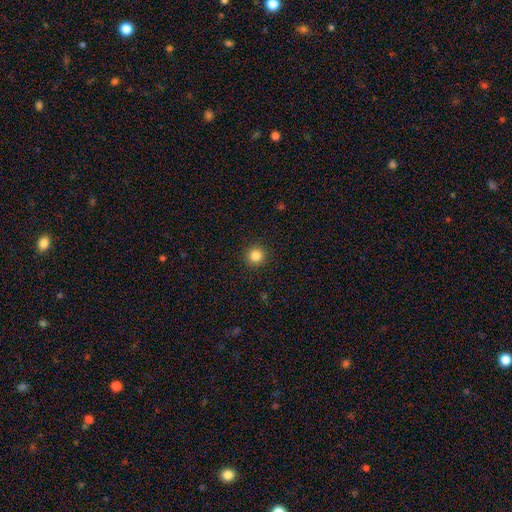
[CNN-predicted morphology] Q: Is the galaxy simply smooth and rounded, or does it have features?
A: smooth — 84%.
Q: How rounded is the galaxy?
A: round — 95%.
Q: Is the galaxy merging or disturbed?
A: none — 93%.